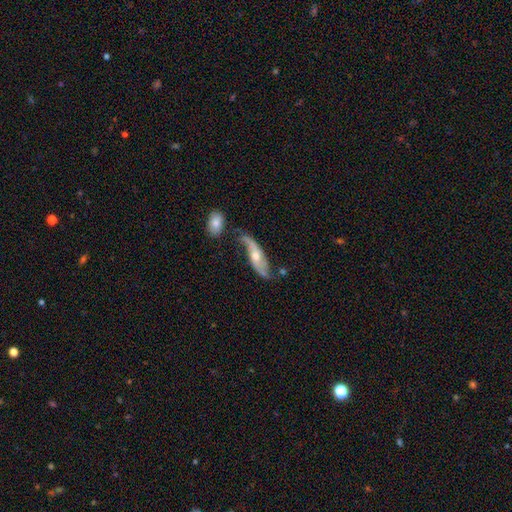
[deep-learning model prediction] Q: Smooth or featured?
A: featured or disk (74%); runner-up: smooth (20%)
Q: Edge-on disk?
A: no (78%); runner-up: yes (22%)
Q: Bar?
A: no (61%); runner-up: weak (29%)
Q: Spiral arms?
A: yes (89%); runner-up: no (11%)
Q: Spiral winding?
A: loose (76%); runner-up: medium (17%)
Q: Spiral arm count?
A: 2 (87%); runner-up: can't tell (6%)
Q: Bulge size?
A: moderate (65%); runner-up: small (27%)
Q: Merging?
A: none (51%); runner-up: minor disturbance (26%)